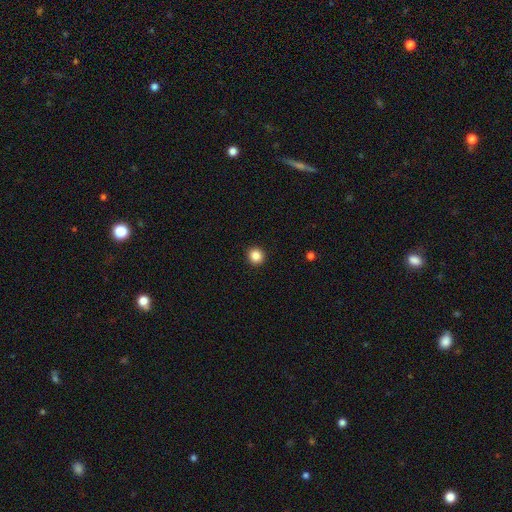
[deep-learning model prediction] smooth_or_featured: smooth (p=0.86) [alt: star or artifact p=0.11]
how_rounded: round (p=0.93) [alt: in between p=0.06]
merging: none (p=0.93) [alt: minor disturbance p=0.04]